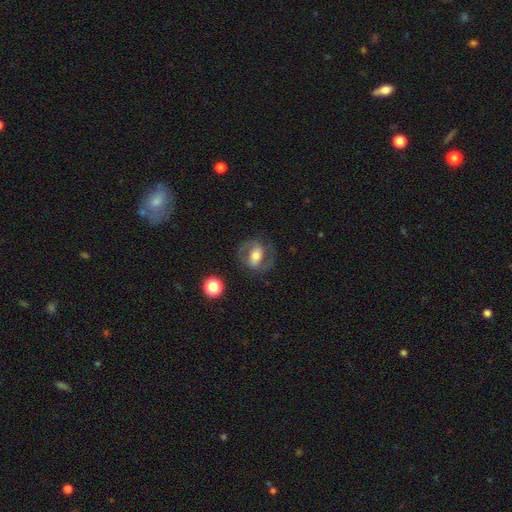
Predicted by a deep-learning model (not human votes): Smooth or featured? Predicted: featured or disk (p=0.65). Edge-on disk? Predicted: no (p=0.95). Bar? Predicted: strong (p=0.37). Spiral arms? Predicted: yes (p=0.78). Bulge size? Predicted: moderate (p=0.59). Merging? Predicted: none (p=0.74).